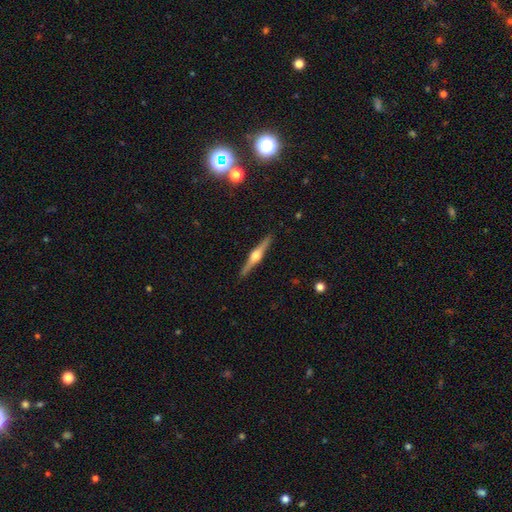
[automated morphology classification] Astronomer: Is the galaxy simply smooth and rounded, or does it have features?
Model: featured or disk — 81%.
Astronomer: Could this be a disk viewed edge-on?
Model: yes — 98%.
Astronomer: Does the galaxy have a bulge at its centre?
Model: rounded — 95%.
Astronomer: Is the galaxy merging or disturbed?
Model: none — 91%.